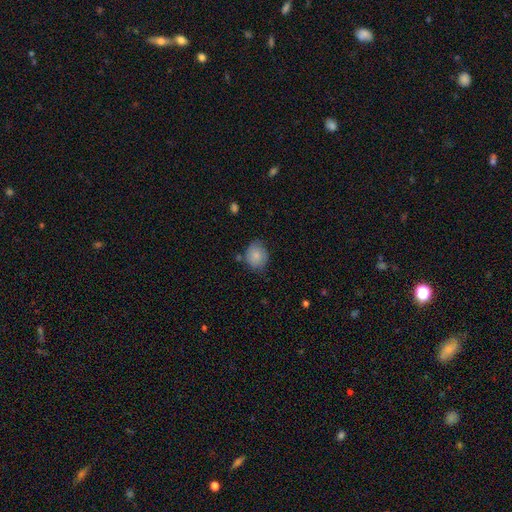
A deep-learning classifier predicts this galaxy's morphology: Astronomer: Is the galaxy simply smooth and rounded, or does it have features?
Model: smooth — 84%.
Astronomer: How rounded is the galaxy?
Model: round — 59% (runner-up: in between, 40%).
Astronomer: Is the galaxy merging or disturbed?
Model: none — 71%.